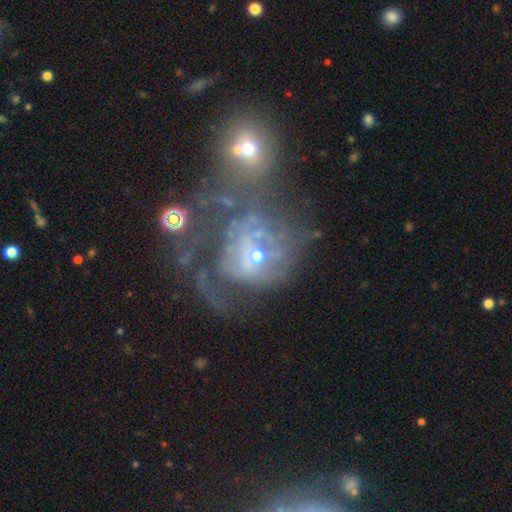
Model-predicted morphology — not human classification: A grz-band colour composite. It shows a featured or disk galaxy (65%) with no bar (71%), no spiral arms (51%) and a small central bulge (58%). Merging: merger (36%).